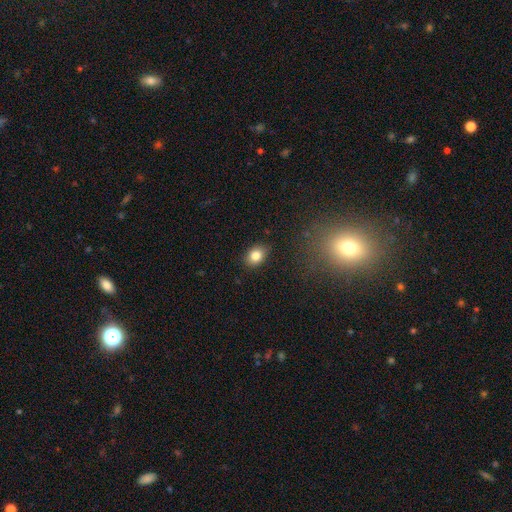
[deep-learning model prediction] smooth 83%, star or artifact 10%, featured or disk 8%. Down the decision tree: how rounded — in between (65%); merging — none (87%).